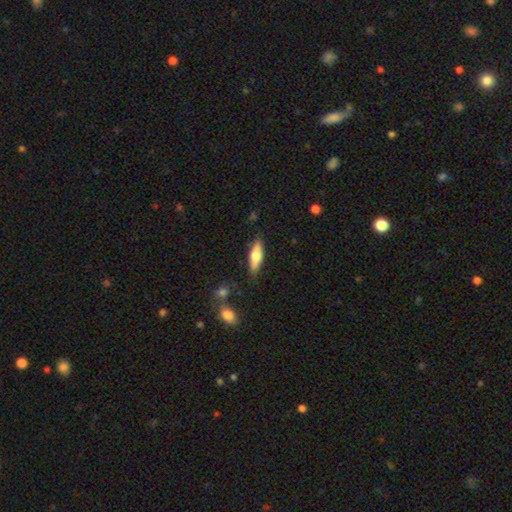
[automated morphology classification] Smooth or featured?
  - smooth: 65% *
  - featured or disk: 29%
  - star or artifact: 6%
How rounded?
  - cigar-shaped: 53% *
  - in between: 45%
  - round: 2%
Merging?
  - none: 82% *
  - minor disturbance: 13%
  - major disturbance: 3%
  - merger: 2%